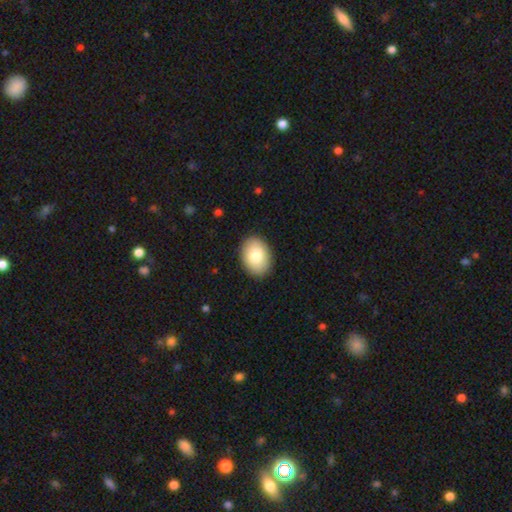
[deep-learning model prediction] Smooth or featured? Predicted: smooth (p=0.83). How rounded? Predicted: in between (p=0.82). Merging? Predicted: none (p=0.90).